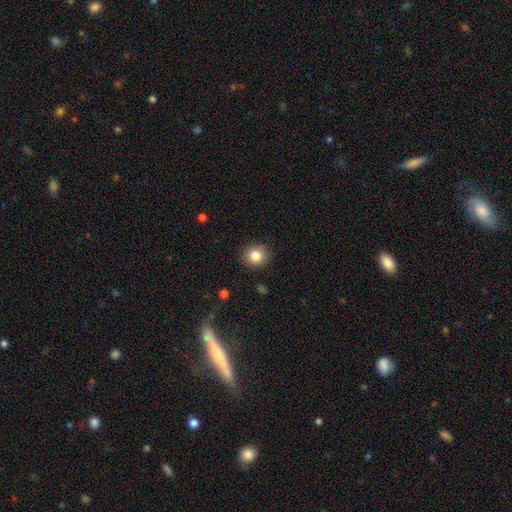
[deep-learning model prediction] A smooth galaxy with no disk features (84%) that is round (82%). Merging: none (89%).